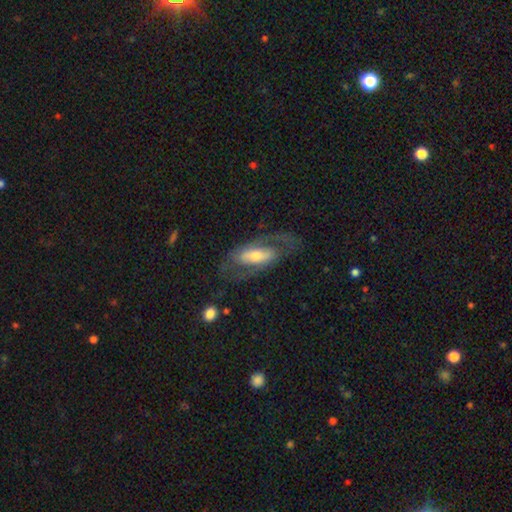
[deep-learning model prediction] smooth-or-featured: featured or disk: 65% | smooth: 29% | star or artifact: 6%
  disk-edge-on: no: 87% | yes: 13%
    bar: strong: 37% | no: 33% | weak: 29%
    has-spiral-arms: yes: 67% | no: 33%
    bulge-size: moderate: 54% | small: 30% | large: 12% | none: 2% | dominant: 2%
  merging: none: 63% | major disturbance: 18% | minor disturbance: 17% | merger: 2%